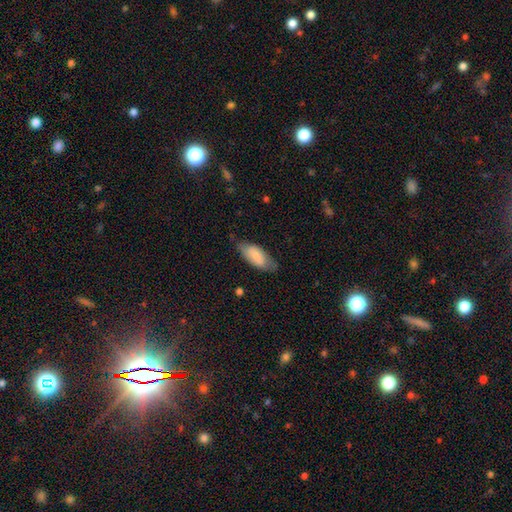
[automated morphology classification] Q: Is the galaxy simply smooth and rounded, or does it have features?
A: smooth — 78%.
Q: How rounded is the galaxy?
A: in between — 85%.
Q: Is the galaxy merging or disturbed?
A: none — 64%.